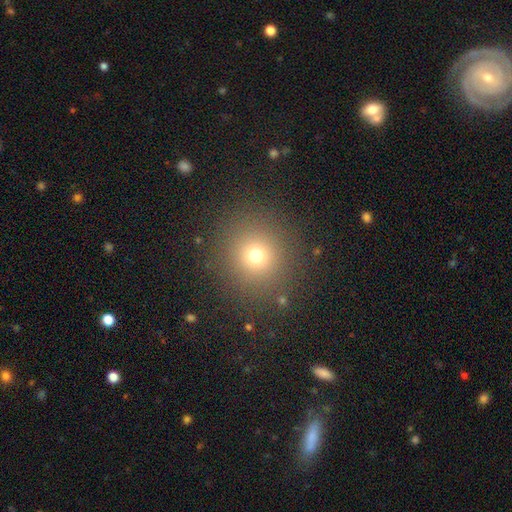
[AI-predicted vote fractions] Smooth or featured: smooth — 71% (star or artifact — 21%)
How rounded: round — 91% (in between — 8%)
Merging: none — 87% (minor disturbance — 7%)